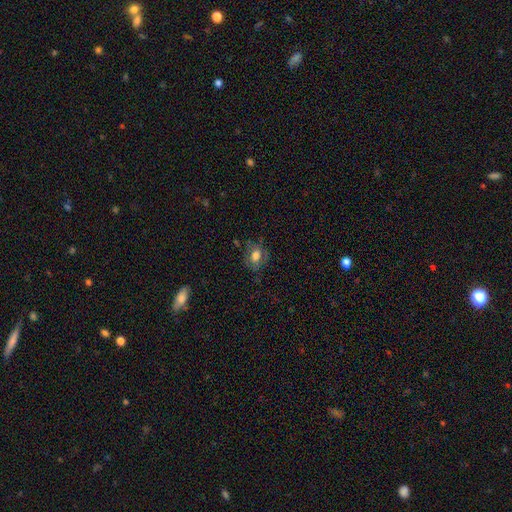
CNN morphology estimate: Smooth or featured? Predicted: smooth (p=0.60). How rounded? Predicted: in between (p=0.56). Merging? Predicted: none (p=0.66).